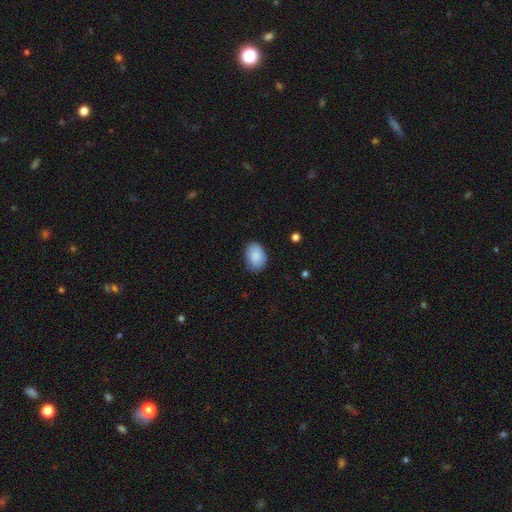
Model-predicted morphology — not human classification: Q: Smooth or featured?
A: smooth (87%); runner-up: featured or disk (7%)
Q: How rounded?
A: in between (82%); runner-up: round (17%)
Q: Merging?
A: none (78%); runner-up: minor disturbance (17%)